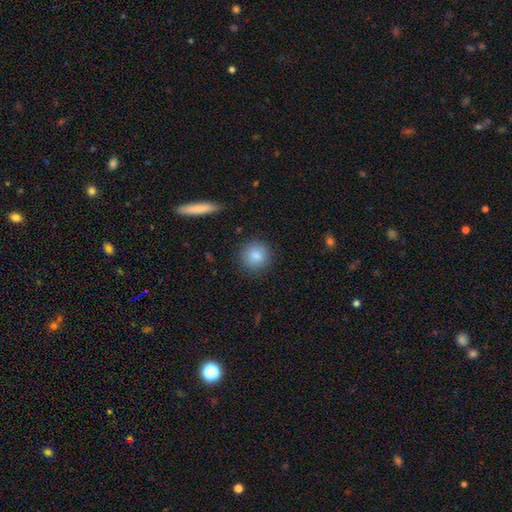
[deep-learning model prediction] This is clearly a smooth galaxy (85%). How rounded: clearly round (92%). Merging: clearly none (88%).